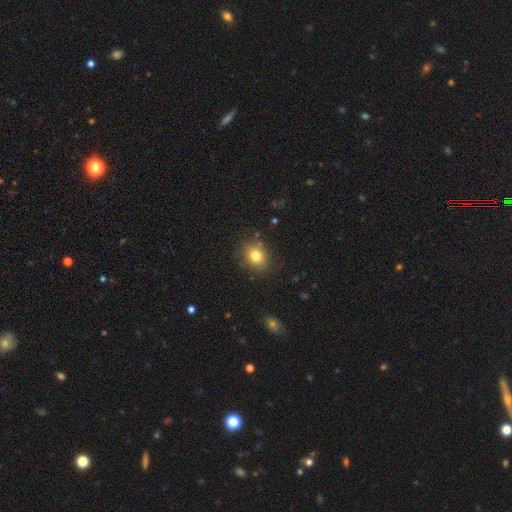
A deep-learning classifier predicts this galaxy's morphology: Smooth or featured?
  - smooth: 79% *
  - star or artifact: 11%
  - featured or disk: 10%
How rounded?
  - round: 57% *
  - in between: 43%
  - cigar-shaped: 1%
Merging?
  - none: 80% *
  - minor disturbance: 13%
  - major disturbance: 4%
  - merger: 3%